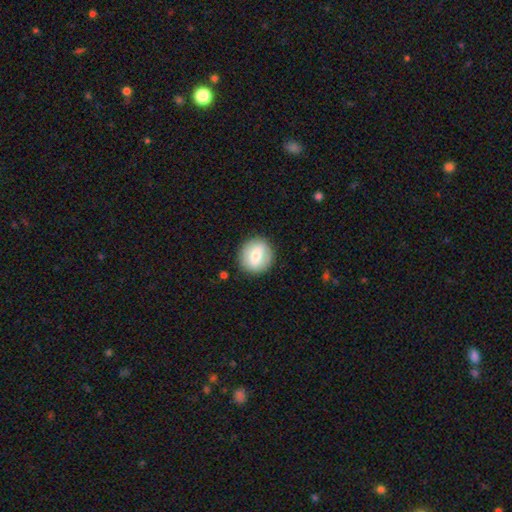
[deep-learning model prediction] Smooth or featured: smooth — 69% (featured or disk — 23%)
How rounded: round — 86% (in between — 13%)
Merging: none — 88% (minor disturbance — 9%)